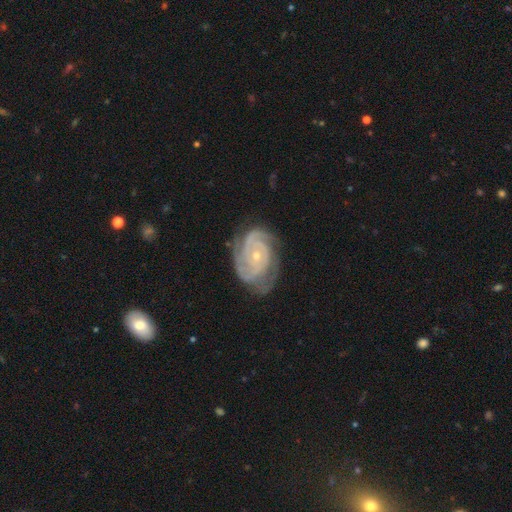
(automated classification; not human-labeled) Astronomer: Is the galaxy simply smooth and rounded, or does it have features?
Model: featured or disk — 91%.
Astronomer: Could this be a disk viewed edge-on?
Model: no — 97%.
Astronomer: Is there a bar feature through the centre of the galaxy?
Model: no — 72%.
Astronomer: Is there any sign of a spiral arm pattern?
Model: yes — 98%.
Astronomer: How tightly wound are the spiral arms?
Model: tight — 71%.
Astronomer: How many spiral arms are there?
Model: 2 — 36% (runner-up: 3, 34%).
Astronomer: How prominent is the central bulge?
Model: small — 70%.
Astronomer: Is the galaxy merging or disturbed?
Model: none — 70%.